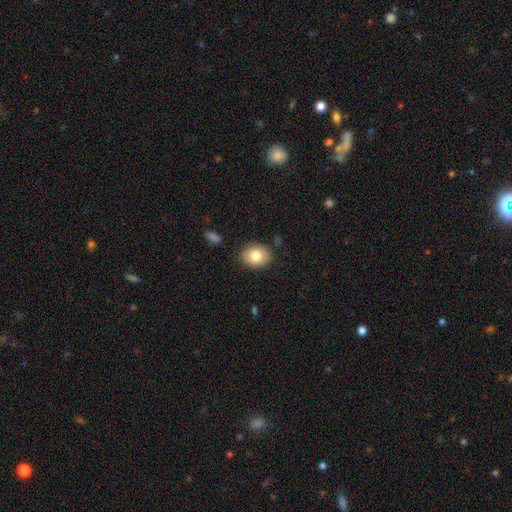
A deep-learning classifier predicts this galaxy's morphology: A smooth galaxy with no disk features (81%) that is in between round and cigar-shaped (56%). Merging: none (86%).